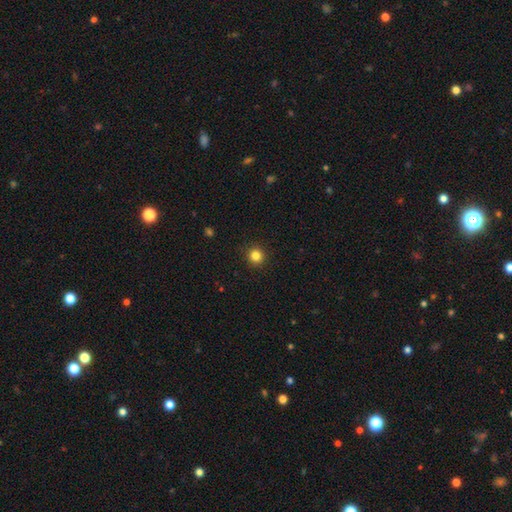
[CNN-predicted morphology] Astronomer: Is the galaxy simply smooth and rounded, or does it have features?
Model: smooth — 83%.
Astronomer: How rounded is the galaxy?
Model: round — 94%.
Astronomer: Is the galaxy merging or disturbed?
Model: none — 92%.